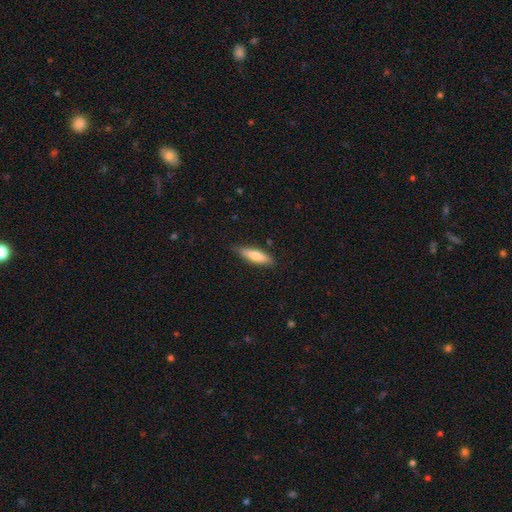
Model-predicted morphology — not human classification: A smooth galaxy with no disk features (73%) that is cigar-shaped (62%).

Vote fractions:
- Smooth or featured? smooth: 73% / featured or disk: 21% / star or artifact: 6%
- How rounded? cigar-shaped: 62% / in between: 36% / round: 2%
- Merging? none: 82% / minor disturbance: 14% / major disturbance: 2% / merger: 1%